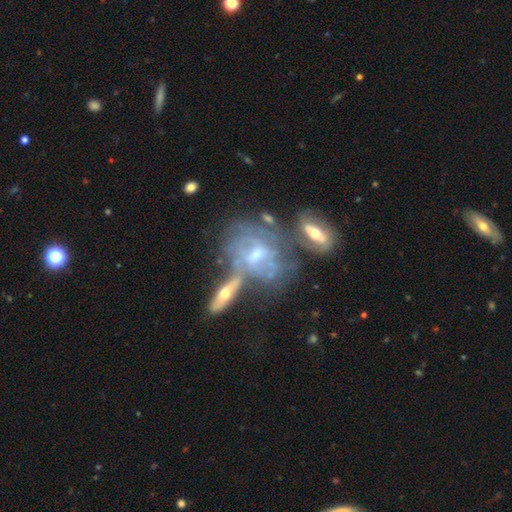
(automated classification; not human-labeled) This is likely a featured or disk galaxy (77%). It is clearly not viewed edge-on (92%). Bar: possibly no (45%). Spiral arm pattern: likely yes (74%). Spiral arm count: possibly can't tell (58%). Spiral winding: possibly tight (55%). Central bulge: possibly small (46%). Merging: marginally none (41%).